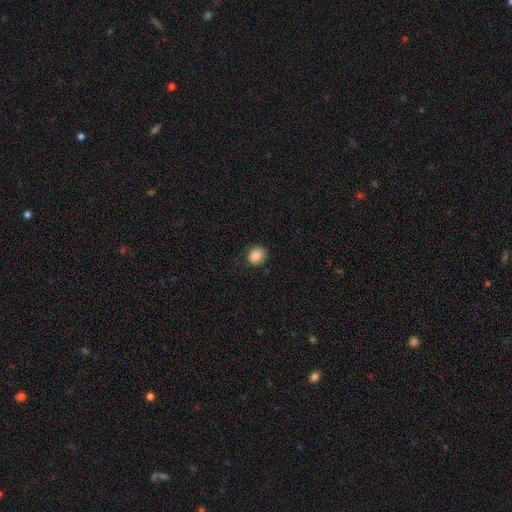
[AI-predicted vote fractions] A smooth galaxy with no disk features (85%) that is round (80%).

Vote fractions:
- Smooth or featured? smooth: 85% / star or artifact: 9% / featured or disk: 6%
- How rounded? round: 80% / in between: 19% / cigar-shaped: 1%
- Merging? none: 83% / minor disturbance: 13% / major disturbance: 3% / merger: 1%